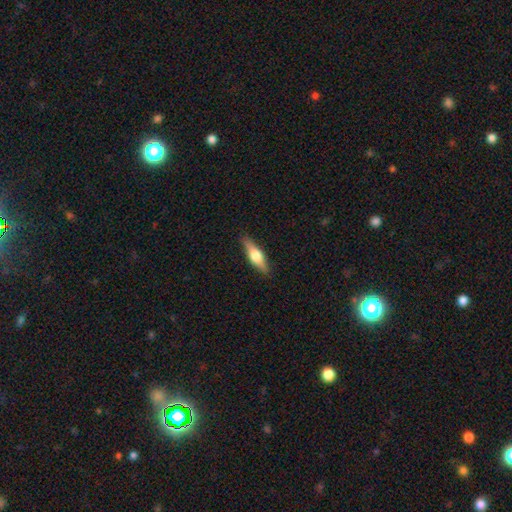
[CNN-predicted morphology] Q: Smooth or featured?
A: featured or disk (48%); runner-up: smooth (46%)
Q: Merging?
A: none (88%); runner-up: minor disturbance (9%)